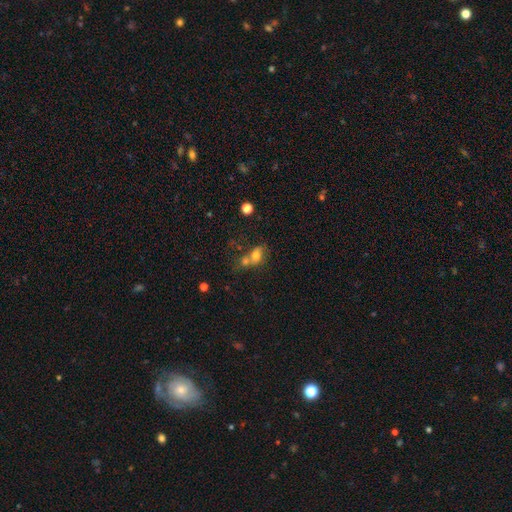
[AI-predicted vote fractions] Smooth or featured? smooth (69%)
How rounded? in between (65%)
Merging? merger (55%)